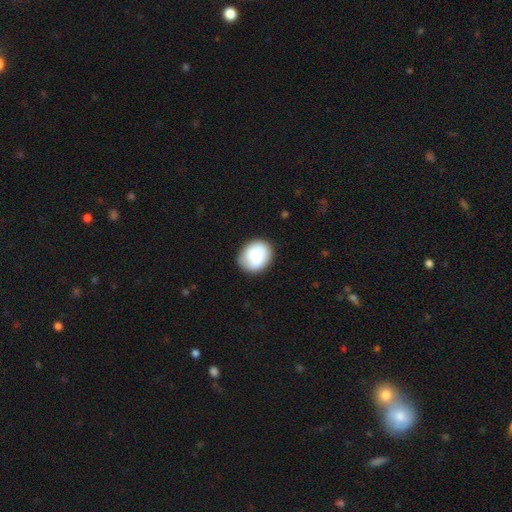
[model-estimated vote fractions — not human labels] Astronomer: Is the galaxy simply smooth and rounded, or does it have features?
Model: smooth — 74%.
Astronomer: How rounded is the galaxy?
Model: round — 59% (runner-up: in between, 40%).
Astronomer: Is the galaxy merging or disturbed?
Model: none — 84%.